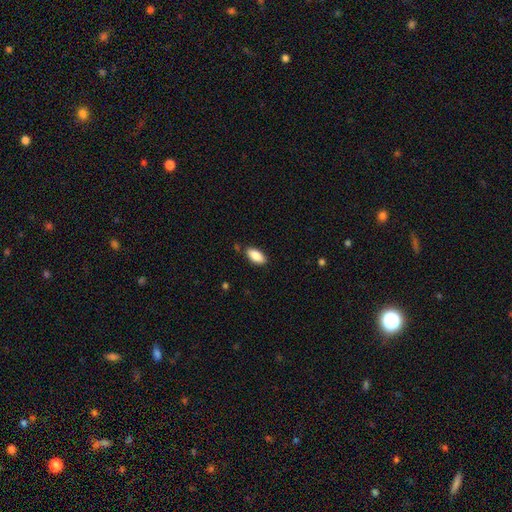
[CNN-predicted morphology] Q: Smooth or featured?
A: smooth (87%); runner-up: featured or disk (7%)
Q: How rounded?
A: in between (91%); runner-up: cigar-shaped (7%)
Q: Merging?
A: none (83%); runner-up: minor disturbance (12%)